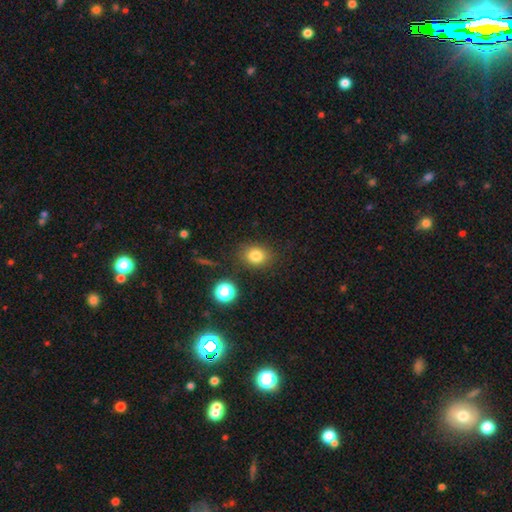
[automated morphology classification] Smooth or featured?
  - smooth: 80% *
  - star or artifact: 13%
  - featured or disk: 7%
How rounded?
  - round: 61% *
  - in between: 38%
  - cigar-shaped: 1%
Merging?
  - none: 83% *
  - minor disturbance: 11%
  - major disturbance: 3%
  - merger: 3%